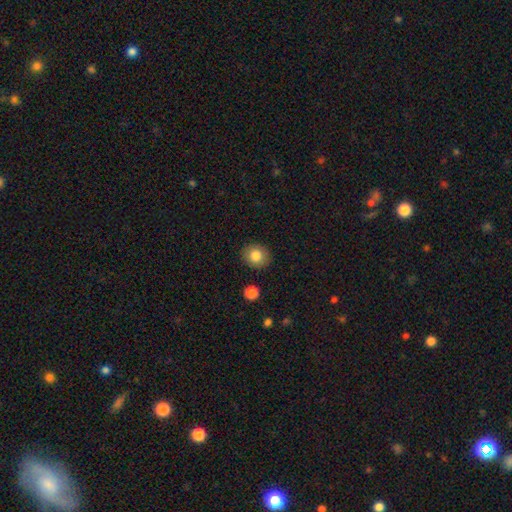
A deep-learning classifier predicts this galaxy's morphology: smooth 83%, star or artifact 9%, featured or disk 8%. Down the decision tree: how rounded — round (81%); merging — none (89%).